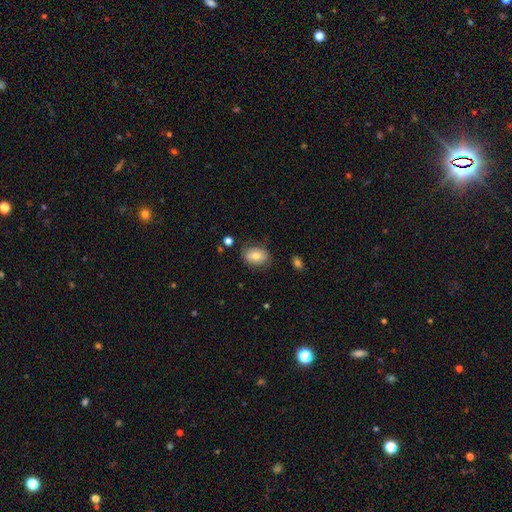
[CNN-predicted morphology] A smooth galaxy with no disk features (72%) that is in between round and cigar-shaped (72%). Merging: none (74%).